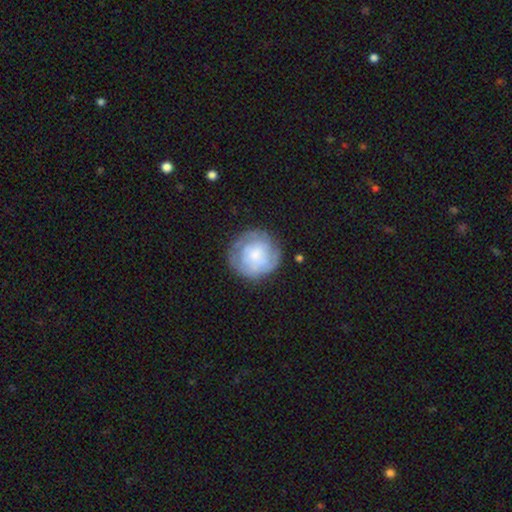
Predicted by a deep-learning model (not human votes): The model was most divided on "bulge size": small: 43%, moderate: 29%, large: 13%, none: 12%, dominant: 3%. More confident: edge-on disk — no (98%); bar — no (79%); spiral arms — yes (76%); merging — none (74%); smooth or featured — featured or disk (54%).